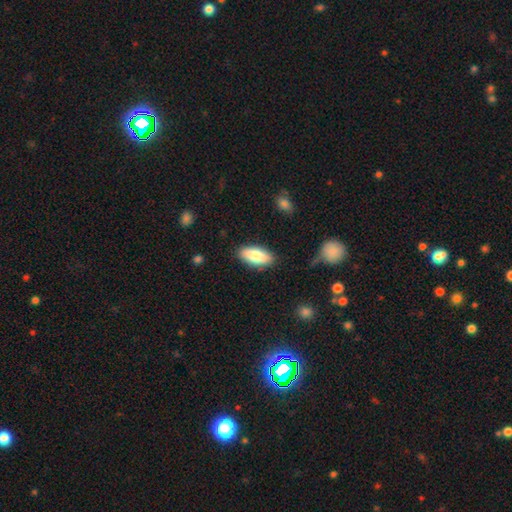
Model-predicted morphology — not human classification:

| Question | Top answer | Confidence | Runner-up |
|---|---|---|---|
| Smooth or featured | smooth | 81% | featured or disk (12%) |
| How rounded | in between | 84% | cigar-shaped (14%) |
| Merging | none | 86% | minor disturbance (10%) |